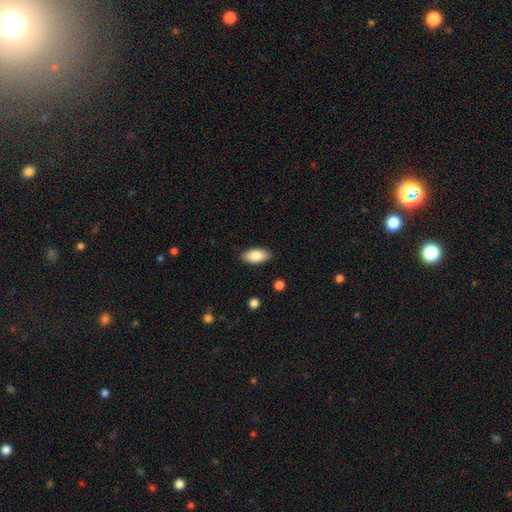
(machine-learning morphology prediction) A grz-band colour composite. It shows a smooth galaxy with no disk features (86%) that is in between round and cigar-shaped (92%). Merging: none (87%).